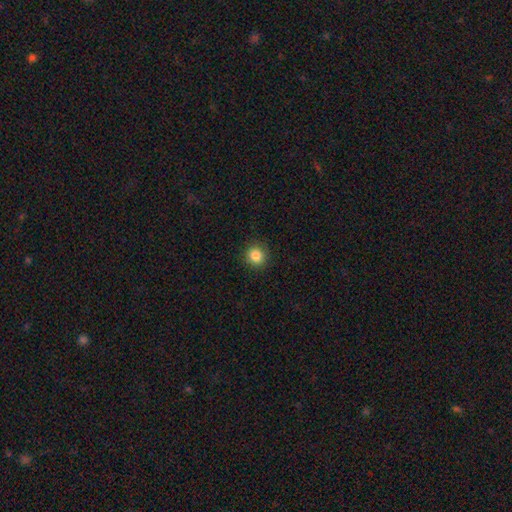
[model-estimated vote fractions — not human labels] Smooth or featured? Predicted: smooth (p=0.85). How rounded? Predicted: round (p=0.90). Merging? Predicted: none (p=0.91).